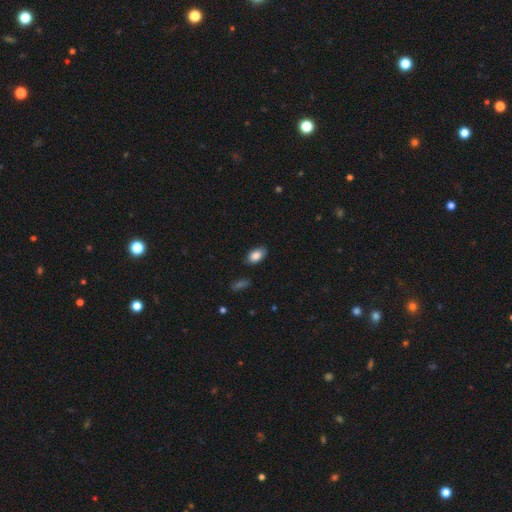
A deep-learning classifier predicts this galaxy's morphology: type=smooth (85%); roundness=in between (93%); merging=none (85%).